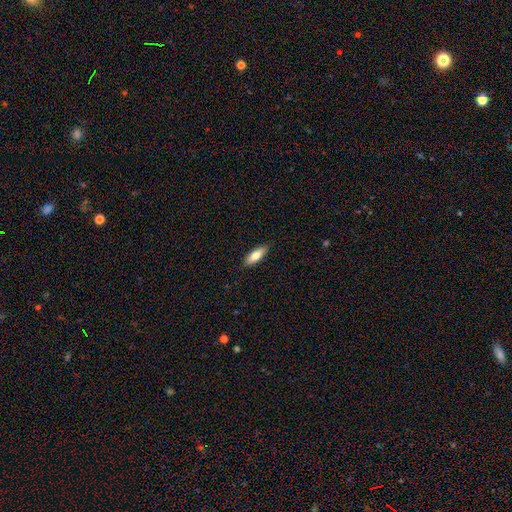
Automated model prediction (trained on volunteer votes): Morphology: type=smooth (76%); roundness=in between (64%); merging=none (87%).